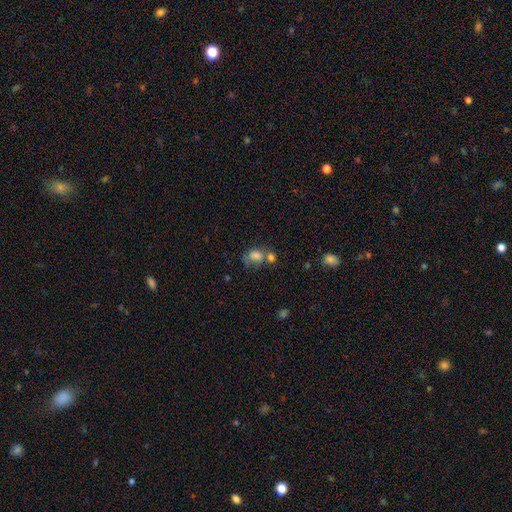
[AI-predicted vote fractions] smooth-or-featured: smooth: 73% | star or artifact: 14% | featured or disk: 13%
  how-rounded: in between: 60% | round: 39% | cigar-shaped: 1%
  merging: none: 36% | merger: 33% | minor disturbance: 19% | major disturbance: 13%